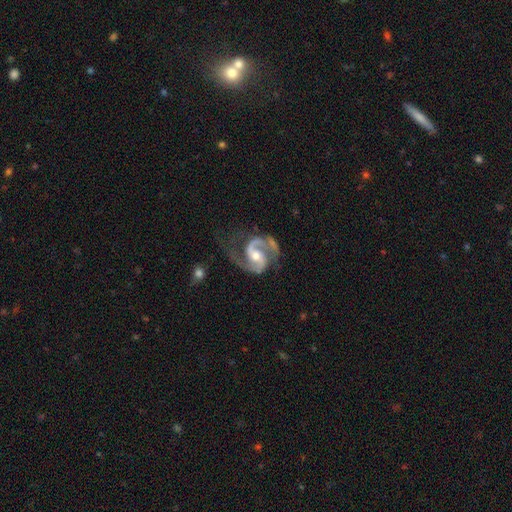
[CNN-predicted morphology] Q: Smooth or featured?
A: featured or disk (93%); runner-up: star or artifact (4%)
Q: Edge-on disk?
A: no (98%); runner-up: yes (2%)
Q: Bar?
A: weak (41%); runner-up: no (39%)
Q: Spiral arms?
A: yes (98%); runner-up: no (2%)
Q: Spiral winding?
A: medium (63%); runner-up: loose (20%)
Q: Spiral arm count?
A: 2 (93%); runner-up: 1 (2%)
Q: Bulge size?
A: moderate (62%); runner-up: small (31%)
Q: Merging?
A: none (62%); runner-up: minor disturbance (21%)